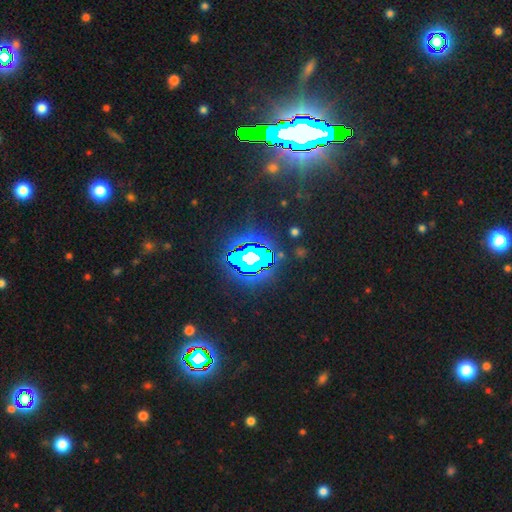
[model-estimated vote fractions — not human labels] This is likely a star or artifact rather than a galaxy (73%).